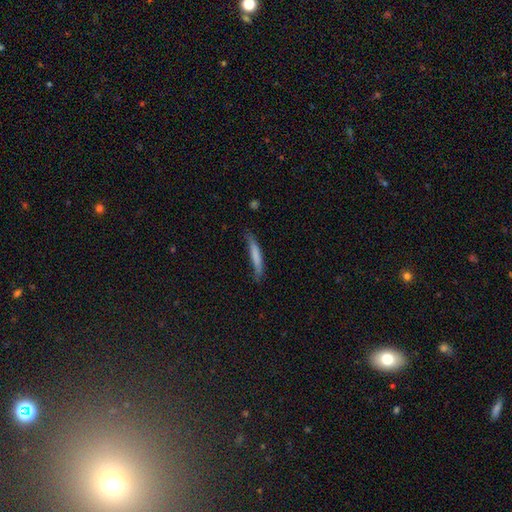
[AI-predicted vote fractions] Overall: smooth (72%). How rounded: cigar-shaped (92%). Merging: none (65%).